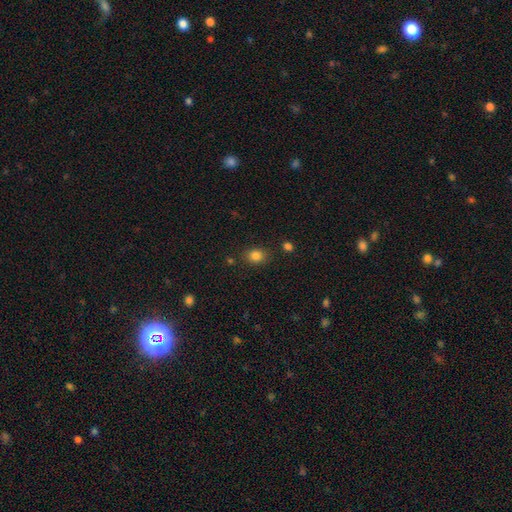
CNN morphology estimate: A smooth galaxy with no disk features (83%) that is round (54%).

Vote fractions:
- Smooth or featured? smooth: 83% / star or artifact: 12% / featured or disk: 5%
- How rounded? round: 54% / in between: 45% / cigar-shaped: 1%
- Merging? none: 81% / minor disturbance: 12% / merger: 4% / major disturbance: 3%